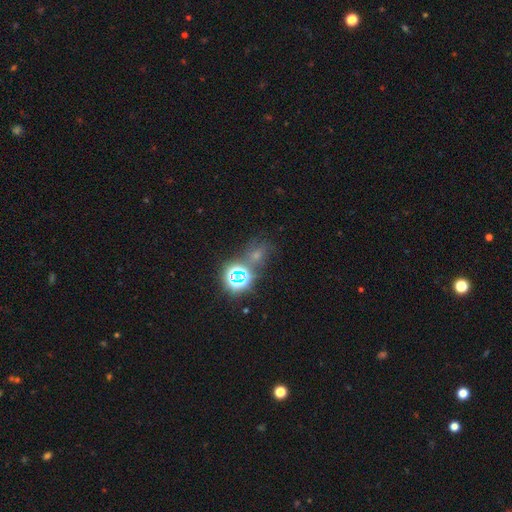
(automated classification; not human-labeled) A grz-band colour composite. It shows a star or artifact, not a galaxy (51%).